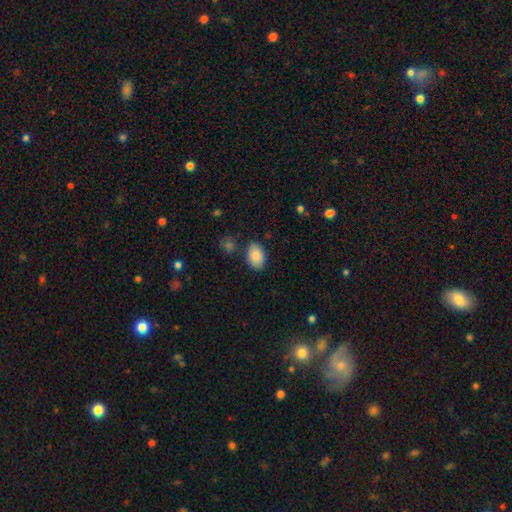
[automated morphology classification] Smooth or featured: smooth — 85% (featured or disk — 8%)
How rounded: in between — 89% (round — 10%)
Merging: none — 81% (minor disturbance — 12%)